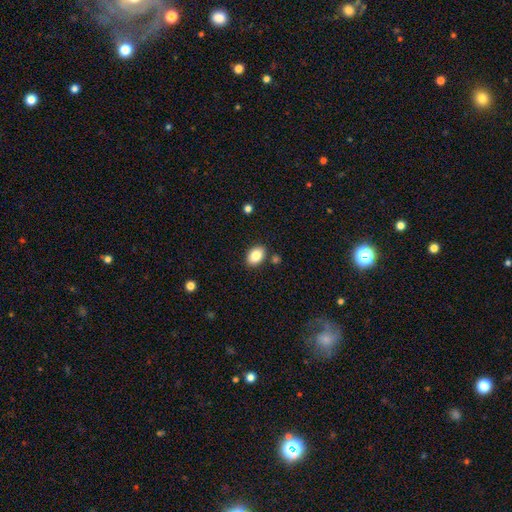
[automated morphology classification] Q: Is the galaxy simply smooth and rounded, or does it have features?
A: smooth — 85%.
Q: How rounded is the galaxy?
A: in between — 83%.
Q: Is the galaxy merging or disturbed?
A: none — 85%.